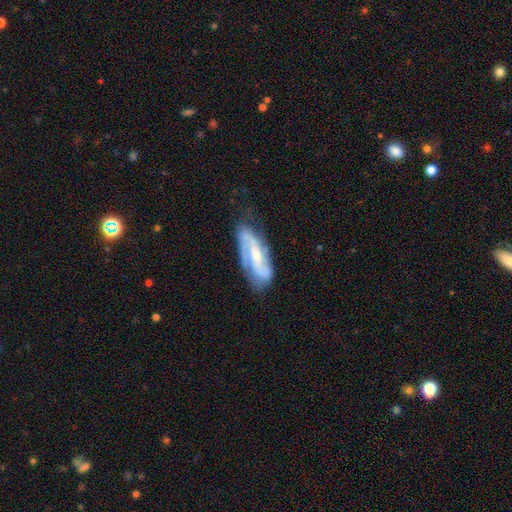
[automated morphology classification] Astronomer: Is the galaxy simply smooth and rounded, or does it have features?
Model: featured or disk — 79%.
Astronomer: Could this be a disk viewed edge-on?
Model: no — 90%.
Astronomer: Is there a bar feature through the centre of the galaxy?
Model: weak — 40% (runner-up: no, 33%).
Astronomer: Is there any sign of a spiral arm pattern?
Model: yes — 93%.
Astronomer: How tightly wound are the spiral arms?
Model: medium — 44% (runner-up: loose, 30%).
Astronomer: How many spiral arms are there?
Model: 2 — 80%.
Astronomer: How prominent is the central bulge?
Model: small — 57% (runner-up: moderate, 36%).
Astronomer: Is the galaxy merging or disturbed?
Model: none — 68%.